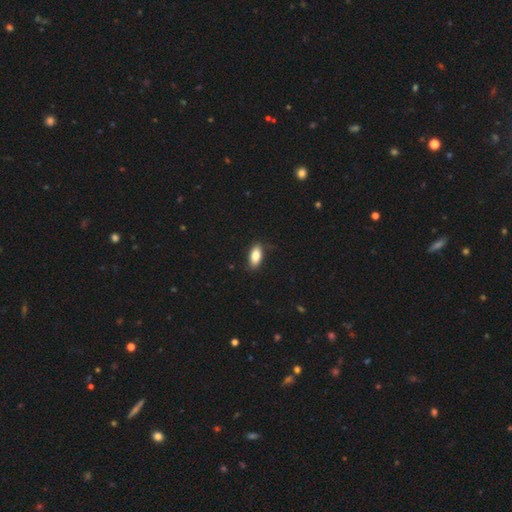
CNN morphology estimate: smooth 81%, featured or disk 12%, star or artifact 7%. Down the decision tree: how rounded — in between (86%); merging — none (83%).